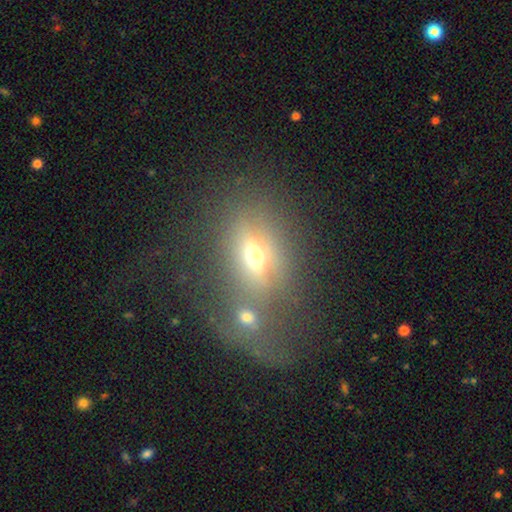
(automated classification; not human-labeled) This is possibly a smooth galaxy (53%). How rounded: likely in between (66%). Merging: possibly none (48%).